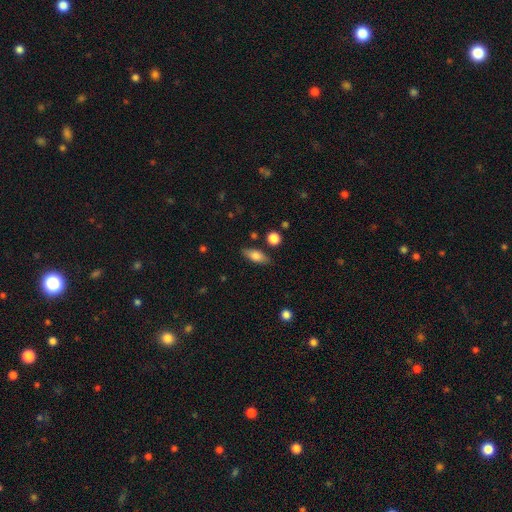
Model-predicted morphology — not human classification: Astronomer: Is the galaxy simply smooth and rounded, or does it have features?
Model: smooth — 74%.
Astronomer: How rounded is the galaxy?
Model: in between — 76%.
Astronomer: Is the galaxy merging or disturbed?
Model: none — 82%.